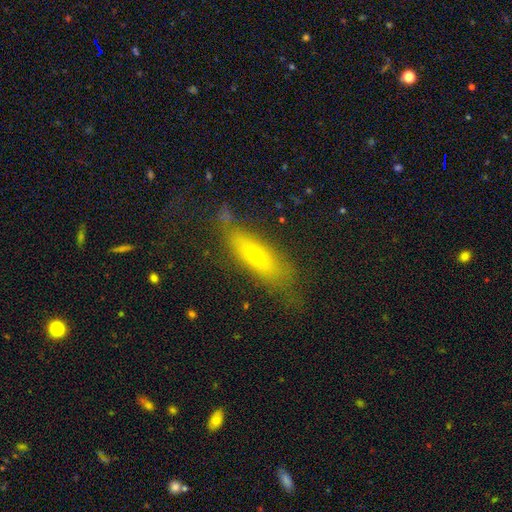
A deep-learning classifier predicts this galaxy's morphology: This appears to be a smooth galaxy with no disk features (54%) that is cigar-shaped (56%). Merging: none (69%).